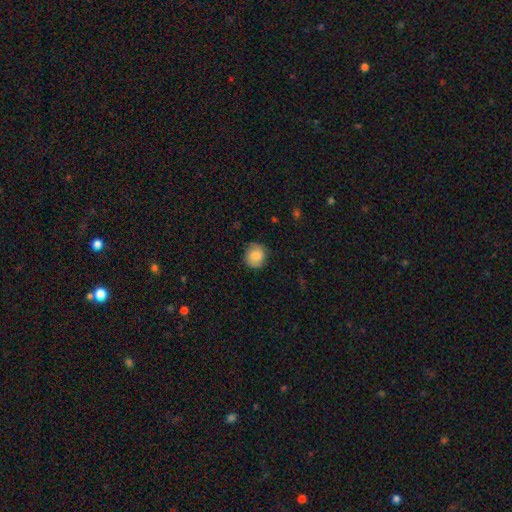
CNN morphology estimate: Overall: smooth (82%). How rounded: round (83%). Merging: none (80%).